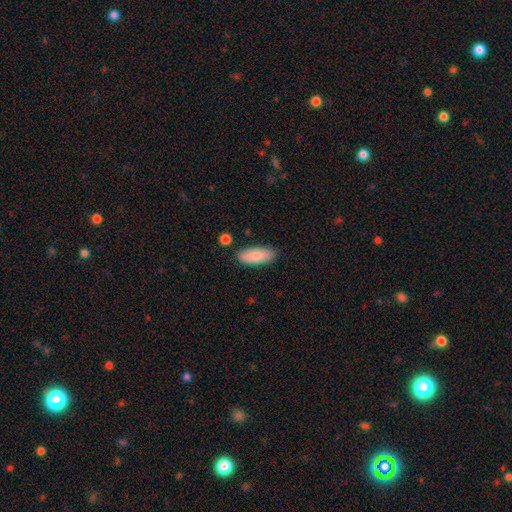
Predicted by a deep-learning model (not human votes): Smooth or featured? smooth (85%)
How rounded? in between (80%)
Merging? none (84%)